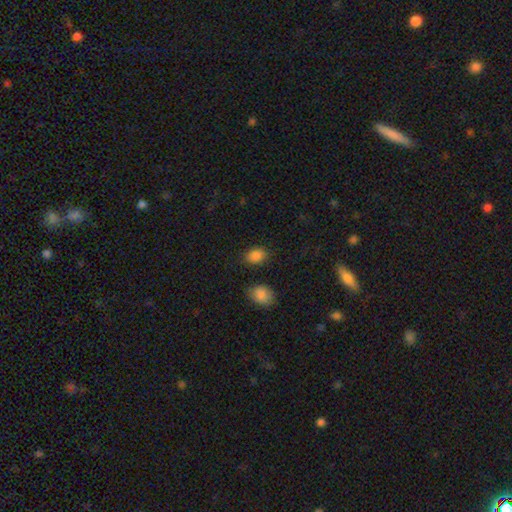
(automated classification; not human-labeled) A smooth galaxy with no disk features (87%) that is in between round and cigar-shaped (76%). Merging: none (82%).